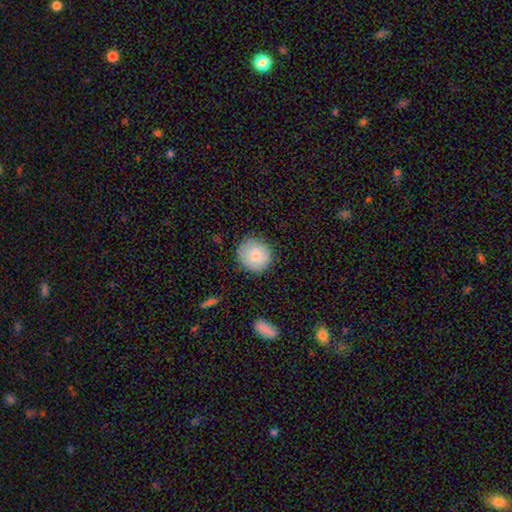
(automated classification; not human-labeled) smooth 81%, featured or disk 11%, star or artifact 8%. Down the decision tree: how rounded — round (92%); merging — none (85%).